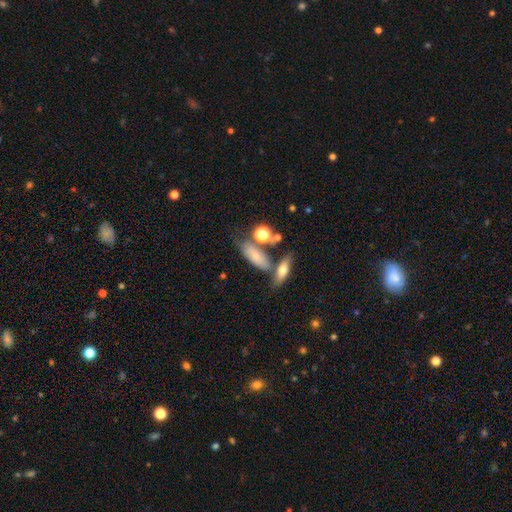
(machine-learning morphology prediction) The model was most divided on "merging": none: 50%, merger: 25%, minor disturbance: 17%, major disturbance: 7%. More confident: how rounded — in between (72%); smooth or featured — smooth (71%).